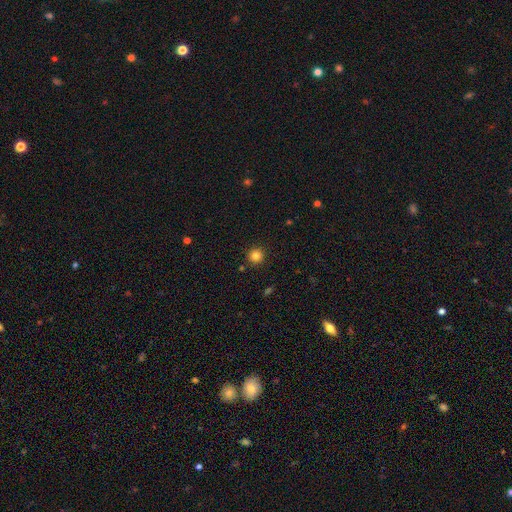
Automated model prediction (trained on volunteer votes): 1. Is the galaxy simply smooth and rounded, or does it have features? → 83% smooth, 12% star or artifact, 5% featured or disk.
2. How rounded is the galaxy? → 94% round, 5% in between, 1% cigar-shaped.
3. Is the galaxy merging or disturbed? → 90% none, 6% minor disturbance, 2% merger, 2% major disturbance.